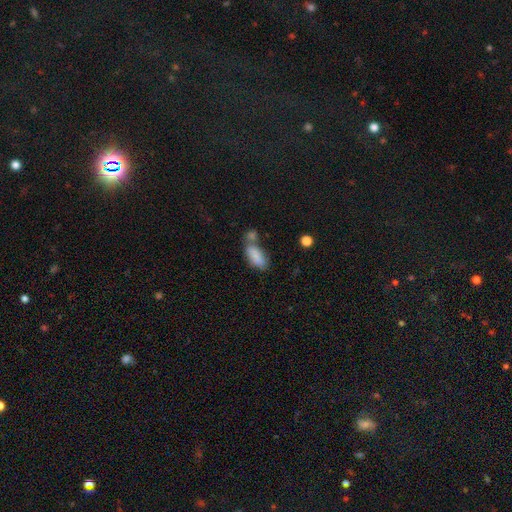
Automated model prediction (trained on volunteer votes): Smooth or featured?
  - smooth: 84% *
  - featured or disk: 8%
  - star or artifact: 7%
How rounded?
  - in between: 82% *
  - cigar-shaped: 15%
  - round: 3%
Merging?
  - none: 40% *
  - merger: 37%
  - minor disturbance: 16%
  - major disturbance: 7%